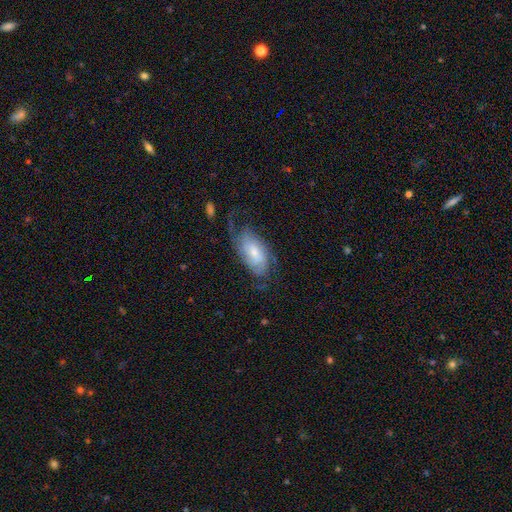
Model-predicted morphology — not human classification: Smooth or featured? Predicted: featured or disk (p=0.68). Edge-on disk? Predicted: no (p=0.94). Bar? Predicted: no (p=0.60). Spiral arms? Predicted: yes (p=0.90). Spiral winding? Predicted: medium (p=0.38, tied with tight). Spiral arm count? Predicted: 2 (p=0.39). Bulge size? Predicted: small (p=0.45). Merging? Predicted: none (p=0.58).